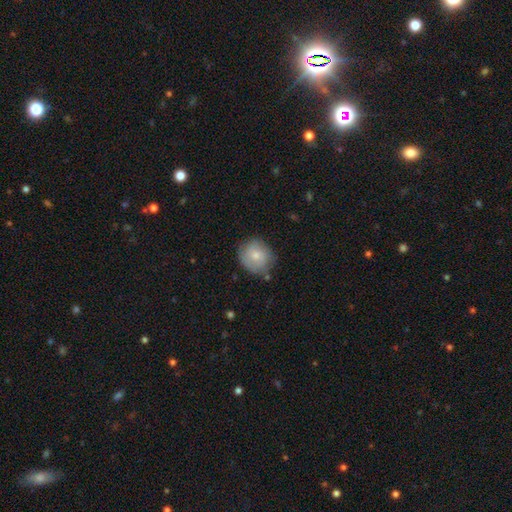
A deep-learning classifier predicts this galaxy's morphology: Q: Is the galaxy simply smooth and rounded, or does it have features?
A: smooth — 71%.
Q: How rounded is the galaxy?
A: round — 82%.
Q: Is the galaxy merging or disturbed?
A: none — 72%.